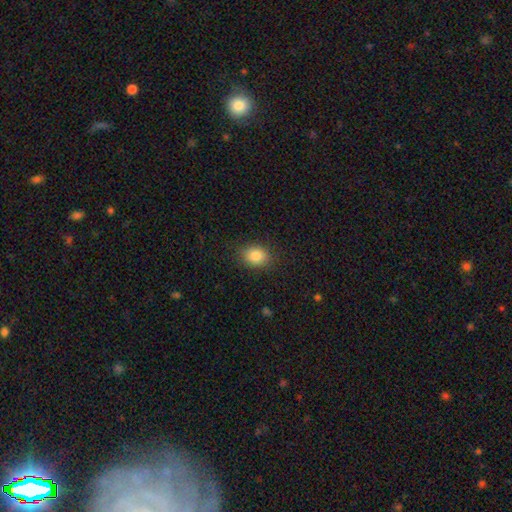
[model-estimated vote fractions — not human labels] Smooth or featured? Predicted: smooth (p=0.85). How rounded? Predicted: in between (p=0.57). Merging? Predicted: none (p=0.85).